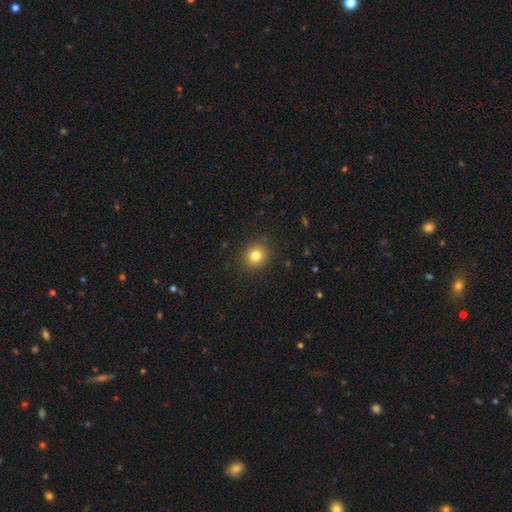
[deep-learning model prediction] The model was most divided on "how rounded": round: 79%, in between: 20%, cigar-shaped: 1%. More confident: merging — none (89%); smooth or featured — smooth (81%).